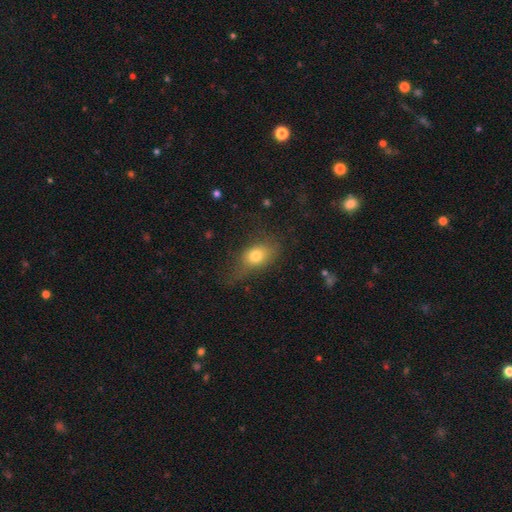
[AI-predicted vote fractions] Q: Smooth or featured?
A: smooth (75%); runner-up: featured or disk (15%)
Q: How rounded?
A: in between (72%); runner-up: round (24%)
Q: Merging?
A: none (49%); runner-up: minor disturbance (27%)